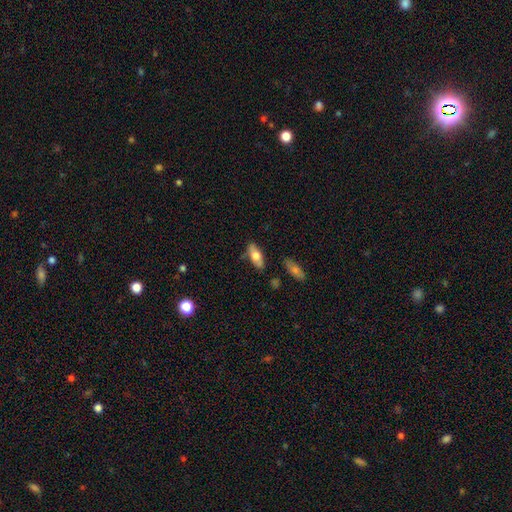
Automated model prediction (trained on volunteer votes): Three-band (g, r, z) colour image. It shows a smooth galaxy with no disk features (63%) that is in between round and cigar-shaped (76%). Merging: none (76%).